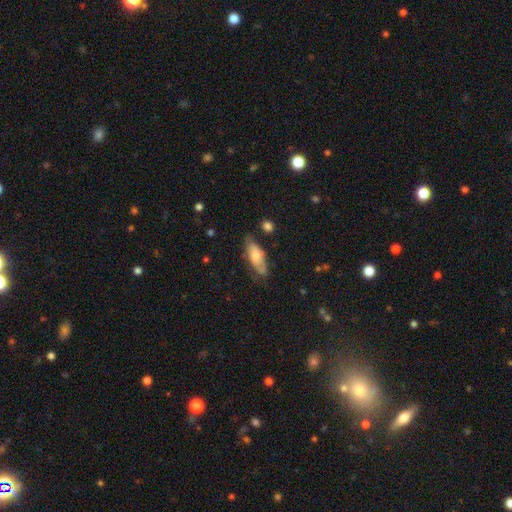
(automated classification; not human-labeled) The model was most divided on "smooth or featured": smooth: 63%, featured or disk: 31%, star or artifact: 6%. More confident: how rounded — in between (73%); merging — none (63%).